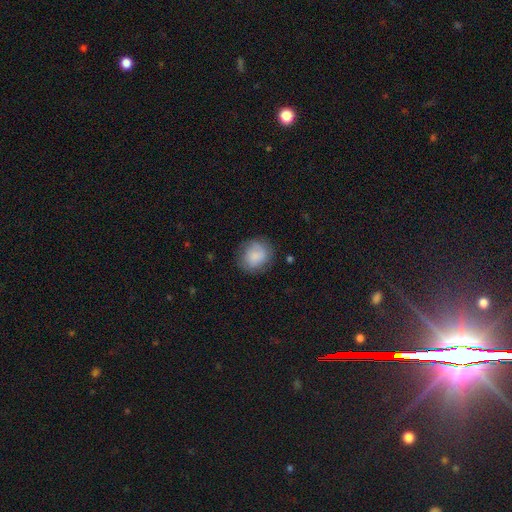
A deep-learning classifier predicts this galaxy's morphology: Smooth or featured? smooth (82%)
How rounded? round (74%)
Merging? none (75%)